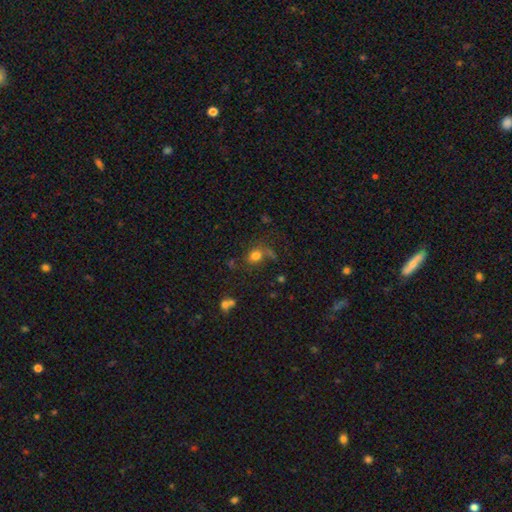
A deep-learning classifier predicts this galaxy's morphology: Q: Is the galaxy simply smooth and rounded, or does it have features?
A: smooth — 76%.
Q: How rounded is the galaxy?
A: round — 66%.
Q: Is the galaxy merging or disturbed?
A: none — 63%.